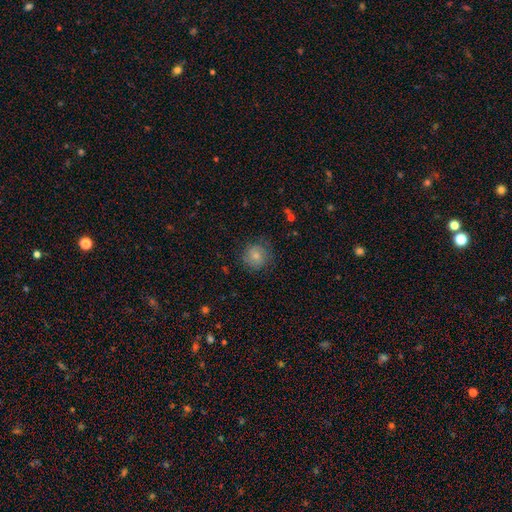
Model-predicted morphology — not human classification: Q: Smooth or featured?
A: smooth (76%); runner-up: featured or disk (14%)
Q: How rounded?
A: round (89%); runner-up: in between (10%)
Q: Merging?
A: none (79%); runner-up: minor disturbance (15%)